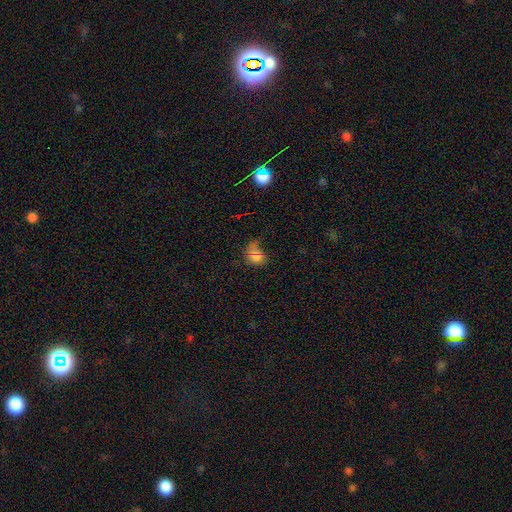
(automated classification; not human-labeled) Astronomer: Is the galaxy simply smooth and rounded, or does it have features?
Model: smooth — 62%.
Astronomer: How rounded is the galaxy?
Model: in between — 63%.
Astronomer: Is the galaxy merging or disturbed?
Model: none — 39% (runner-up: major disturbance, 25%).